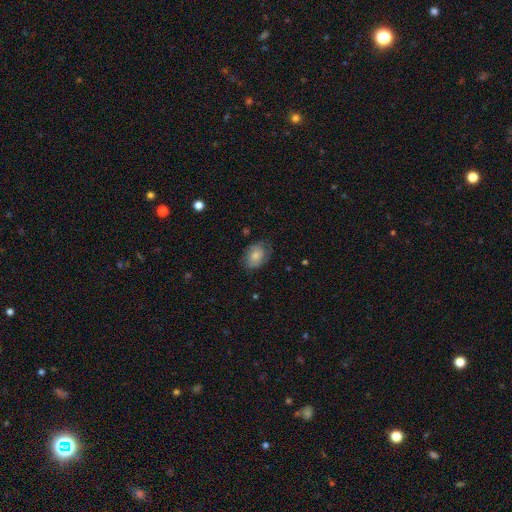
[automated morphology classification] This is likely a smooth galaxy (67%). How rounded: likely in between (78%). Merging: likely none (63%).